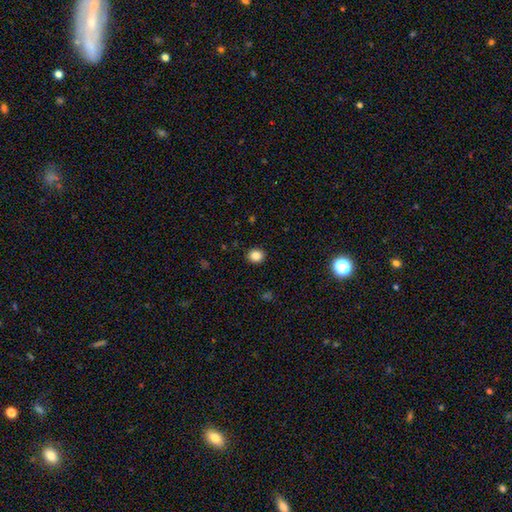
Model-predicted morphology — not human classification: smooth_or_featured: smooth (p=0.84) [alt: star or artifact p=0.11]
how_rounded: round (p=0.77) [alt: in between p=0.22]
merging: none (p=0.91) [alt: minor disturbance p=0.06]